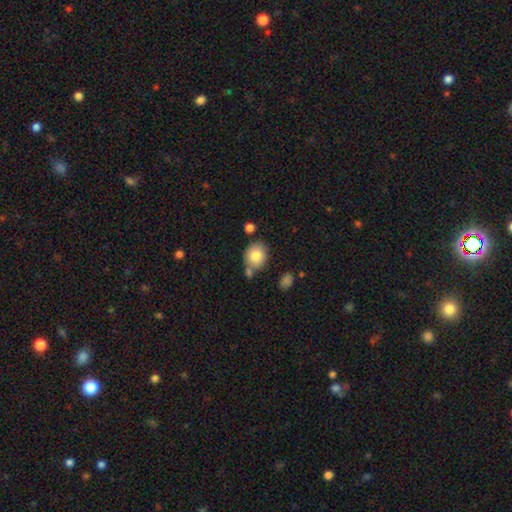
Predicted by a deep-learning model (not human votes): A smooth galaxy with no disk features (81%) that is round (56%). Merging: none (62%).